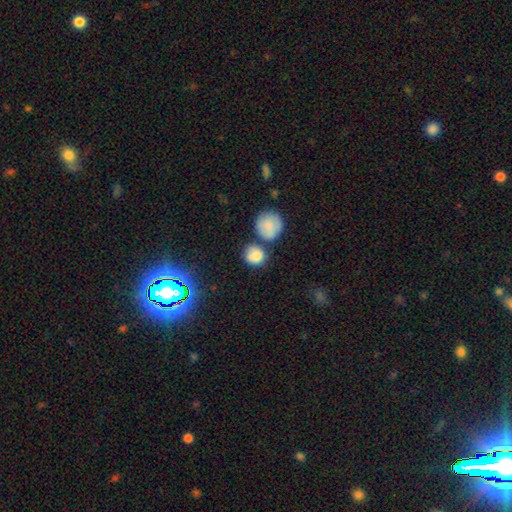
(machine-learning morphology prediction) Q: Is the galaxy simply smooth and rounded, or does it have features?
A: smooth — 80%.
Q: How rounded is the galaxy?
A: round — 79%.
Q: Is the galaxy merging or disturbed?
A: none — 51%.